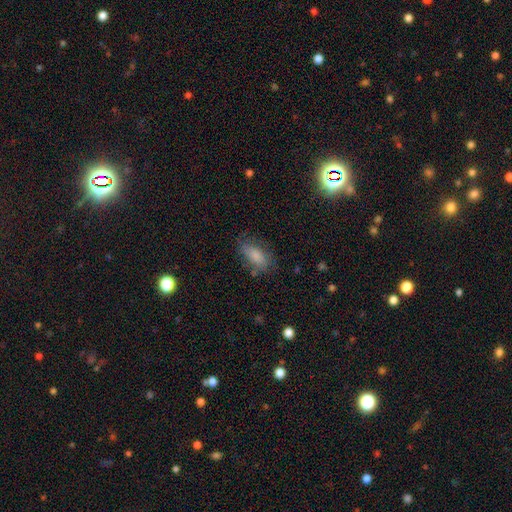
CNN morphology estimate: A smooth galaxy with no disk features (77%) that is in between round and cigar-shaped (87%).

Vote fractions:
- Smooth or featured? smooth: 77% / featured or disk: 14% / star or artifact: 8%
- How rounded? in between: 87% / cigar-shaped: 9% / round: 4%
- Merging? none: 65% / minor disturbance: 23% / major disturbance: 9% / merger: 3%